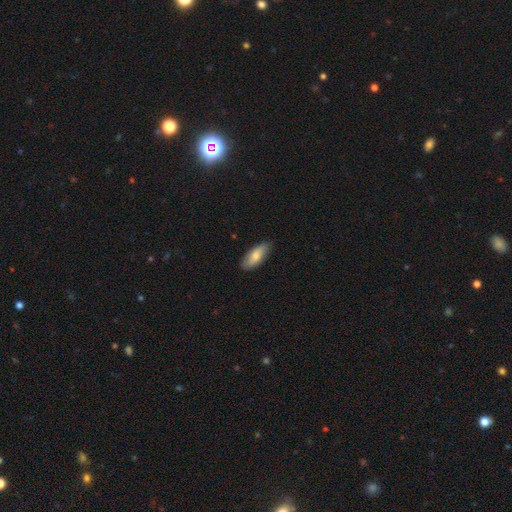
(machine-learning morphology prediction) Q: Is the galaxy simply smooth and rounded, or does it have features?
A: smooth — 75%.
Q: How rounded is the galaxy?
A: in between — 81%.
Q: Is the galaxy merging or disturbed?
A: none — 80%.